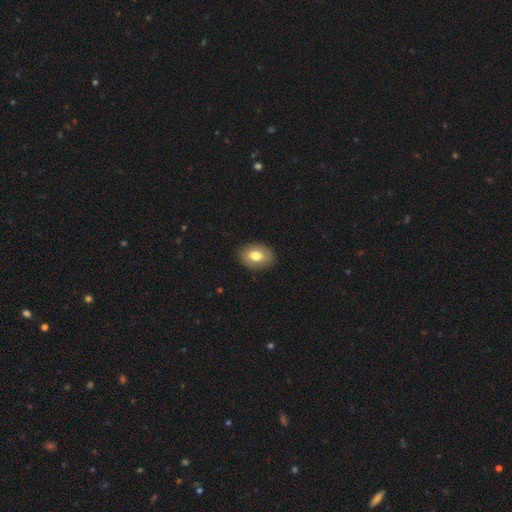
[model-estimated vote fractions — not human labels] This appears to be a smooth galaxy with no disk features (74%) that is in between round and cigar-shaped (77%). Merging: none (86%).